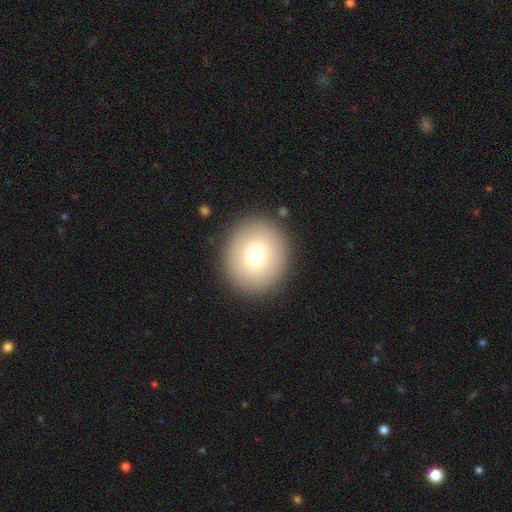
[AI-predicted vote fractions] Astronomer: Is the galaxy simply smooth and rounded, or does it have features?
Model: smooth — 74%.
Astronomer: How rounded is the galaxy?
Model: round — 86%.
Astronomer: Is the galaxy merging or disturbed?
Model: none — 89%.